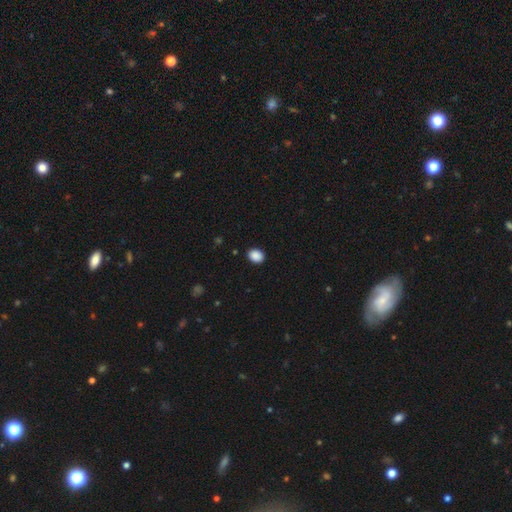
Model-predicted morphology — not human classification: This is clearly a smooth galaxy (89%). How rounded: possibly in between (59%). Merging: clearly none (90%).